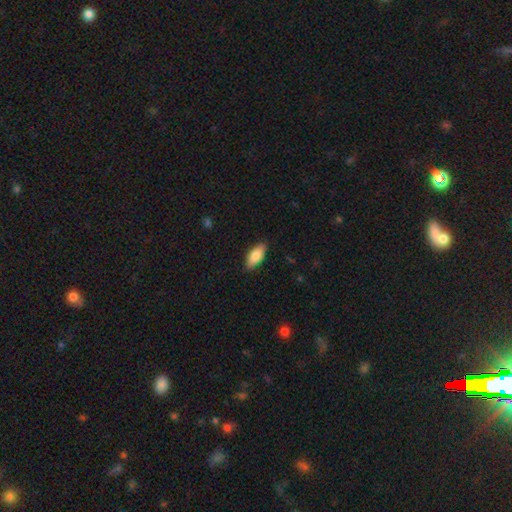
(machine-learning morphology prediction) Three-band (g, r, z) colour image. It shows a smooth galaxy with no disk features (83%) that is in between round and cigar-shaped (84%). Merging: none (86%).